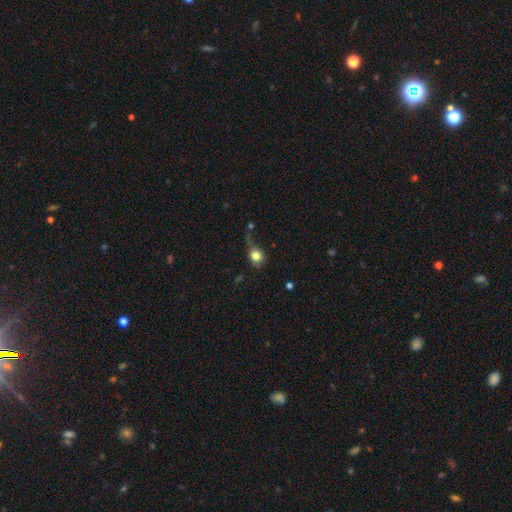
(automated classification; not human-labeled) Morphology: type=smooth (75%); roundness=round (67%); merging=none (34%).